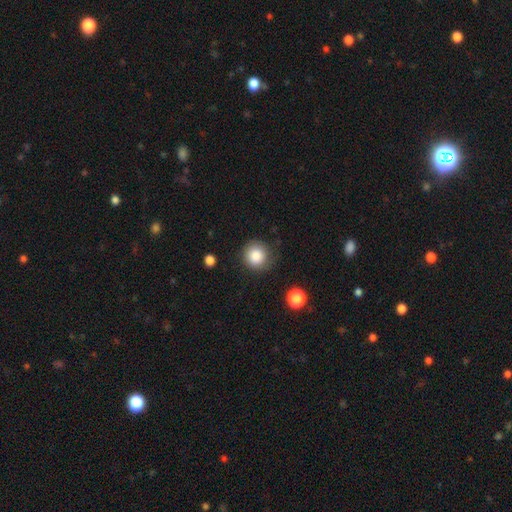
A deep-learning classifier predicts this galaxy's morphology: Q: Smooth or featured?
A: smooth (85%); runner-up: star or artifact (9%)
Q: How rounded?
A: round (92%); runner-up: in between (7%)
Q: Merging?
A: none (79%); runner-up: minor disturbance (14%)